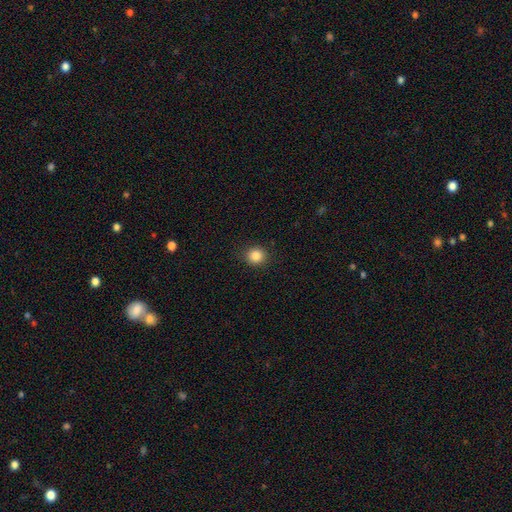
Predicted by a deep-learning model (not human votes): Q: Smooth or featured?
A: smooth (85%); runner-up: star or artifact (11%)
Q: How rounded?
A: round (89%); runner-up: in between (10%)
Q: Merging?
A: none (90%); runner-up: minor disturbance (7%)